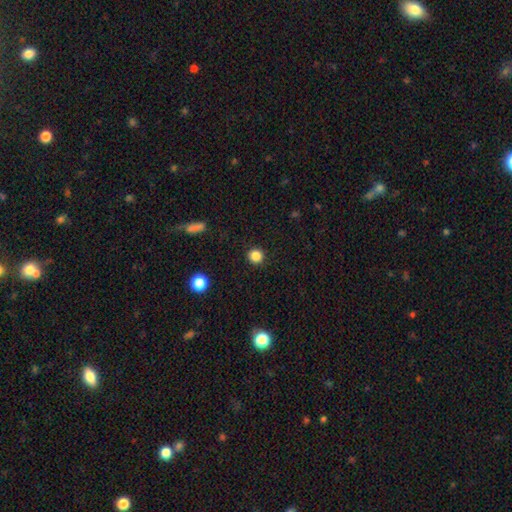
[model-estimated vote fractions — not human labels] smooth_or_featured: smooth (p=0.85) [alt: star or artifact p=0.11]
how_rounded: round (p=0.94) [alt: in between p=0.05]
merging: none (p=0.92) [alt: minor disturbance p=0.05]